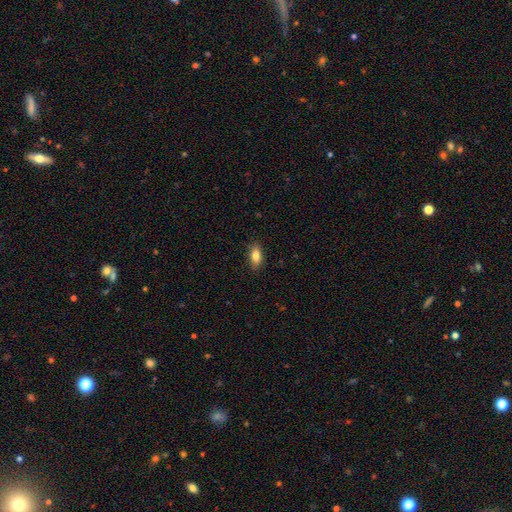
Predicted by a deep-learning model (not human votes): smooth-or-featured: smooth: 81% | featured or disk: 12% | star or artifact: 8%
  how-rounded: in between: 83% | cigar-shaped: 12% | round: 5%
  merging: none: 86% | minor disturbance: 11% | major disturbance: 2% | merger: 1%